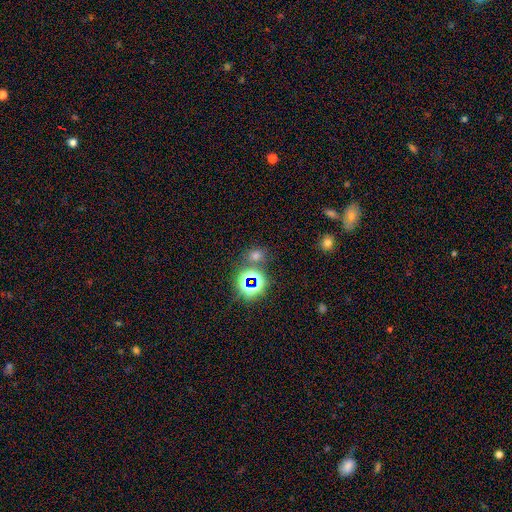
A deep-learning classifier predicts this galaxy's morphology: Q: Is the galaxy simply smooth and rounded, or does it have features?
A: smooth — 53%.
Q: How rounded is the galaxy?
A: round — 66%.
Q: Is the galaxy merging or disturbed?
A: none — 71%.